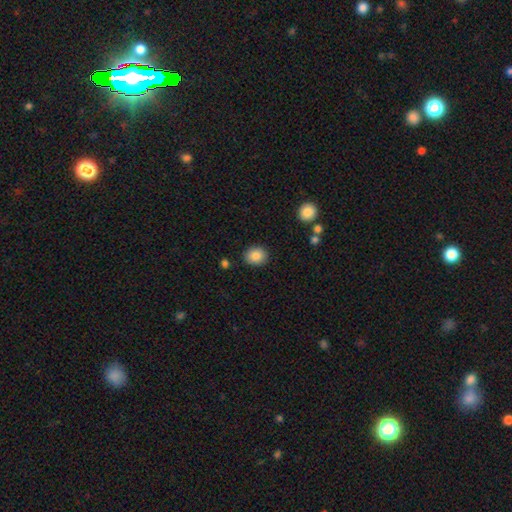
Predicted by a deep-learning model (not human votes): Overall: smooth (86%). How rounded: round (67%; in between 32%). Merging: none (89%).